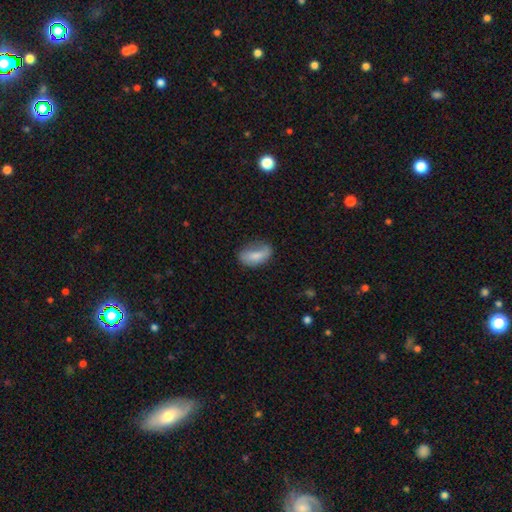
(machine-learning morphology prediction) smooth 70%, featured or disk 22%, star or artifact 7%. Down the decision tree: how rounded — in between (90%); merging — none (46%).